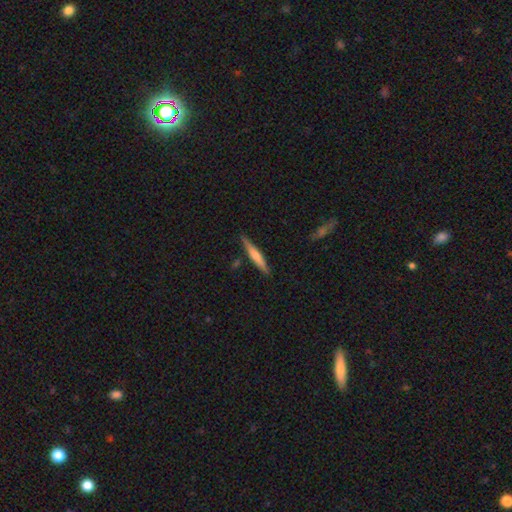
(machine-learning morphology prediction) Smooth or featured? smooth (56%)
How rounded? cigar-shaped (93%)
Merging? none (84%)